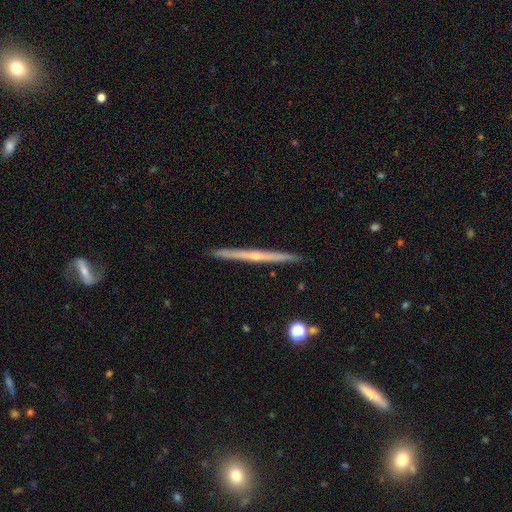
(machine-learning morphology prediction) Smooth or featured: featured or disk — 73% (smooth — 20%)
Edge-on disk: yes — 98% (no — 2%)
Edge-on bulge: rounded — 55% (none — 42%)
Merging: none — 92% (minor disturbance — 5%)